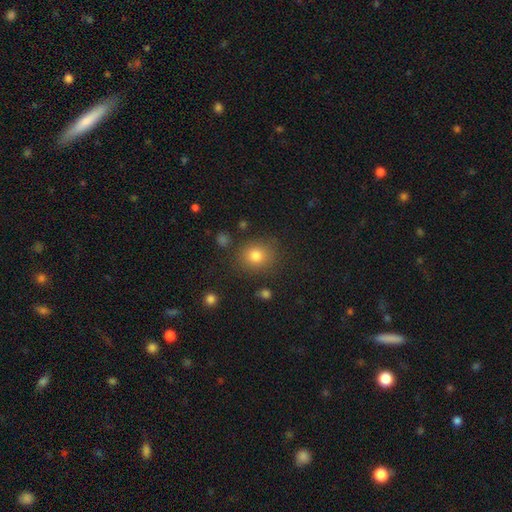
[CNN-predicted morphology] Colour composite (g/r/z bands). It shows a smooth galaxy with no disk features (80%) that is round (75%). Merging: none (82%).